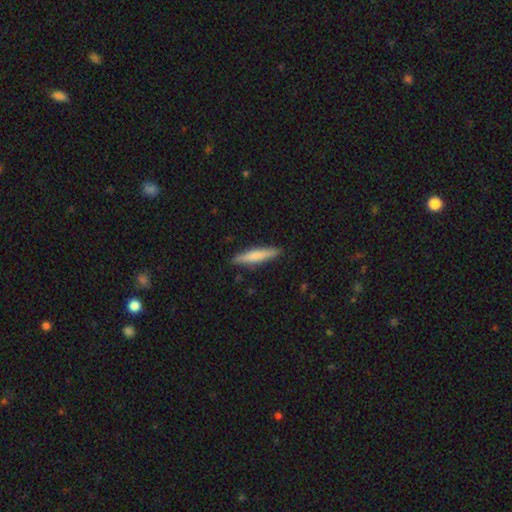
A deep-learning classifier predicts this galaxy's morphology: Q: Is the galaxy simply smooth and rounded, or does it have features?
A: smooth — 75%.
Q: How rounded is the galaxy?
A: cigar-shaped — 88%.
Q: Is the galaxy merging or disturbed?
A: none — 90%.